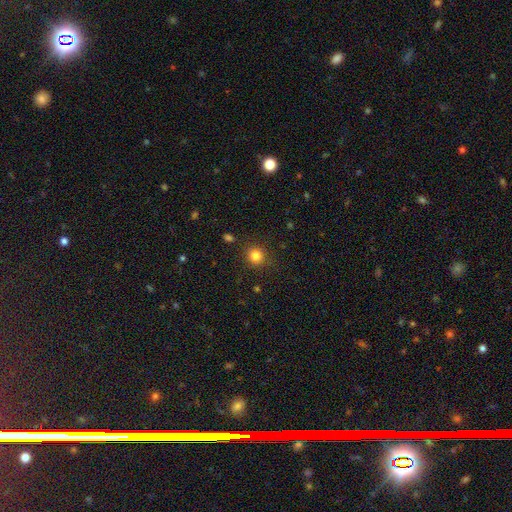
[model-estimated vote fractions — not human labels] A smooth galaxy with no disk features (82%) that is round (92%). Merging: none (89%).